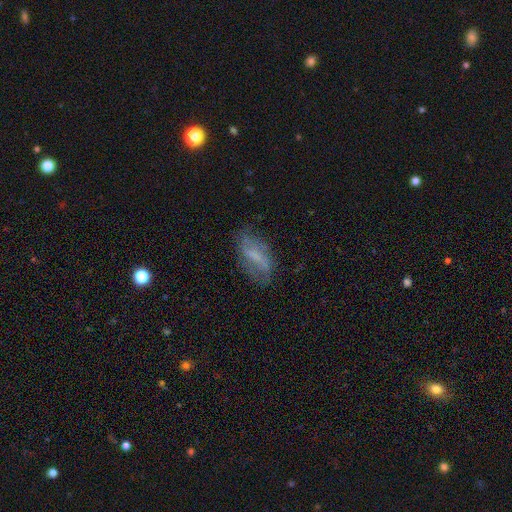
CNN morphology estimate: The model was most divided on "smooth or featured": featured or disk: 51%, smooth: 38%, star or artifact: 10%. More confident: edge-on disk — no (89%); merging — none (63%).